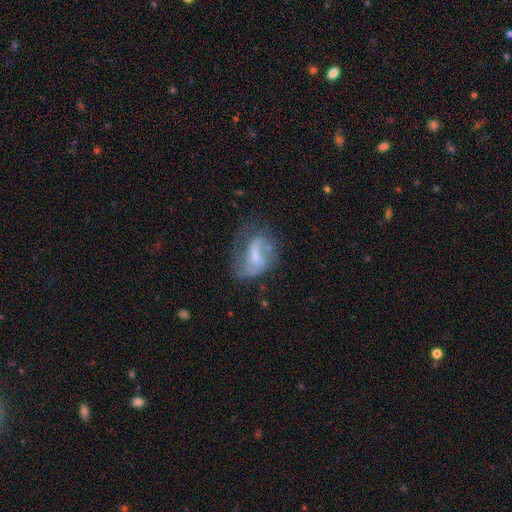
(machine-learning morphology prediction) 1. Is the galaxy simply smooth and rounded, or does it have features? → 62% featured or disk, 29% smooth, 9% star or artifact.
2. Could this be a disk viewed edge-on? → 96% no, 4% yes.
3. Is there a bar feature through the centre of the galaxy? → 44% weak, 37% no, 19% strong.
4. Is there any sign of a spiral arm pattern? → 64% yes, 36% no.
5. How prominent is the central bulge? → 32% small, 31% moderate, 30% none, 6% large, 1% dominant.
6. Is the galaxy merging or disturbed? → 38% none, 32% major disturbance, 24% minor disturbance, 6% merger.